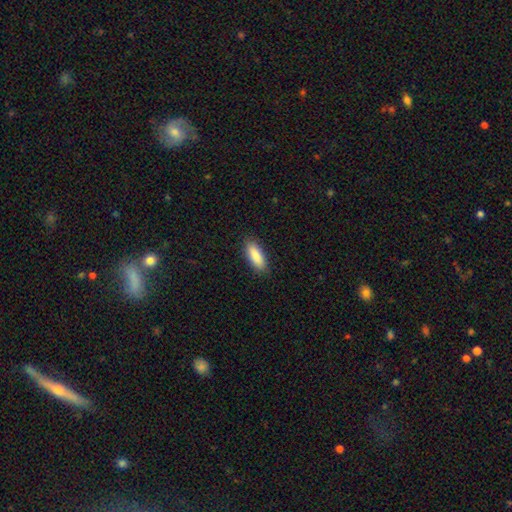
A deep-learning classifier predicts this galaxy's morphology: This appears to be a smooth galaxy with no disk features (88%) that is in between round and cigar-shaped (71%). Merging: none (88%).